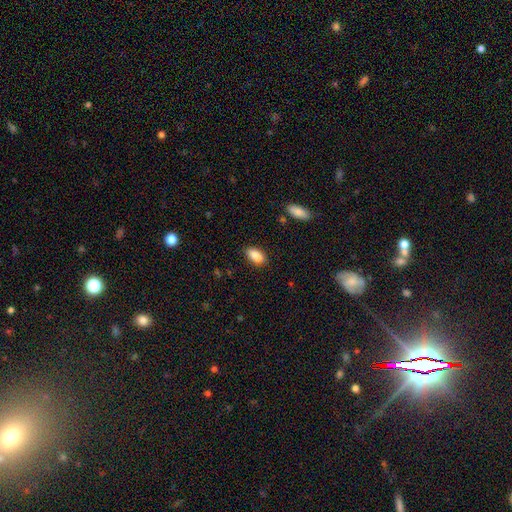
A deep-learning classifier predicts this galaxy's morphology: Smooth or featured?
  - smooth: 89% *
  - star or artifact: 7%
  - featured or disk: 4%
How rounded?
  - in between: 91% *
  - cigar-shaped: 6%
  - round: 3%
Merging?
  - none: 85% *
  - minor disturbance: 11%
  - major disturbance: 2%
  - merger: 1%